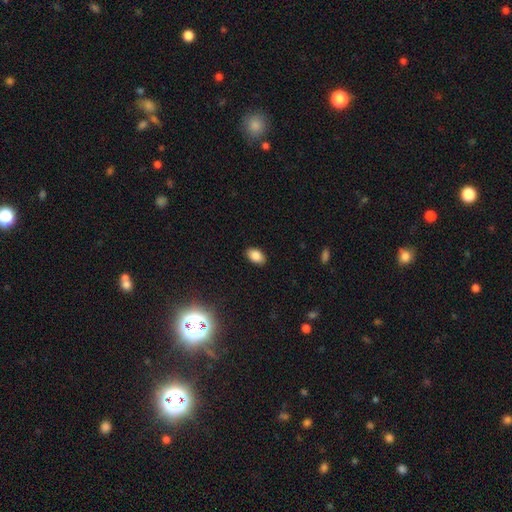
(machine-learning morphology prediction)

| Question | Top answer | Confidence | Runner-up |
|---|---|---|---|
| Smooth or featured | smooth | 84% | star or artifact (10%) |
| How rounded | in between | 89% | round (10%) |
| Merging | none | 89% | minor disturbance (8%) |